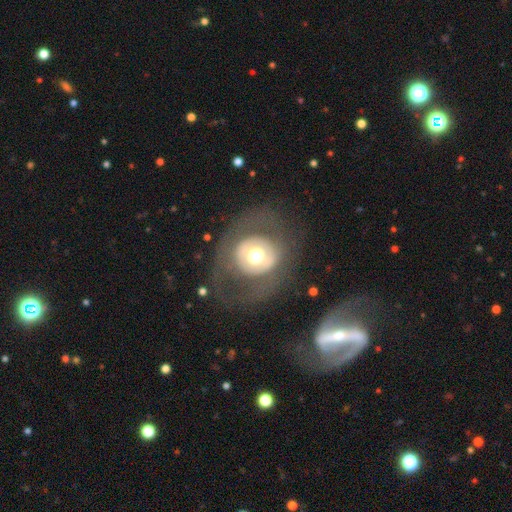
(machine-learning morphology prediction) A featured or disk galaxy (48%).

Vote fractions:
- Smooth or featured? featured or disk: 48% / smooth: 43% / star or artifact: 9%
- Merging? none: 74% / major disturbance: 14% / minor disturbance: 10% / merger: 1%